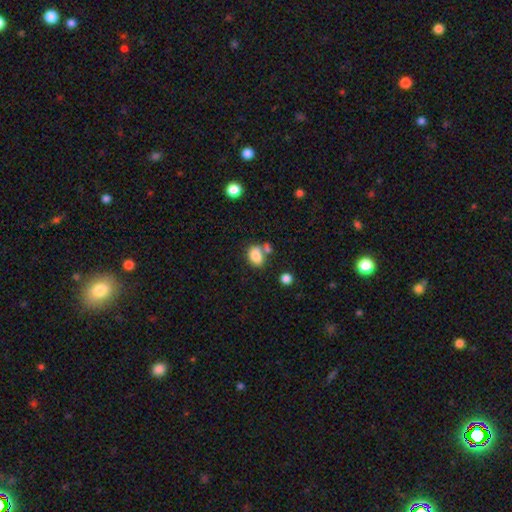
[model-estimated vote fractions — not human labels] smooth-or-featured: smooth: 82% | star or artifact: 9% | featured or disk: 8%
  how-rounded: in between: 79% | round: 20% | cigar-shaped: 1%
  merging: none: 50% | merger: 29% | minor disturbance: 16% | major disturbance: 6%